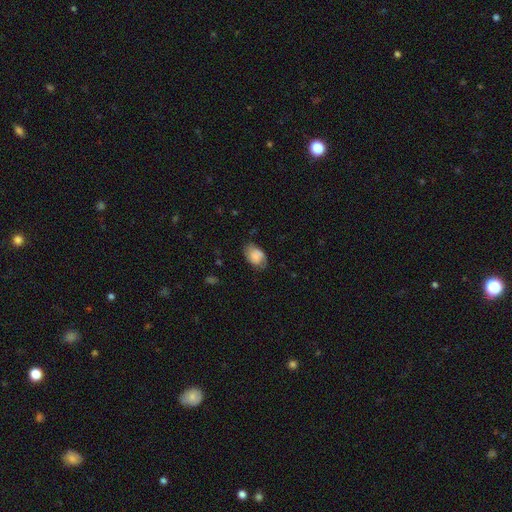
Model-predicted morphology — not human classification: This appears to be a smooth galaxy with no disk features (75%) that is in between round and cigar-shaped (85%). Merging: none (61%).